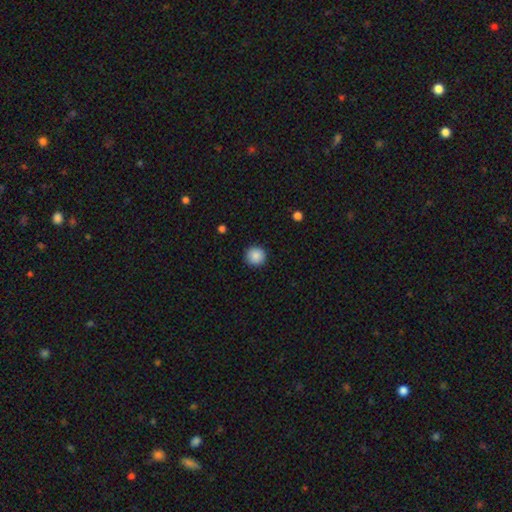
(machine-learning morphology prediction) Overall: smooth (88%). How rounded: round (95%). Merging: none (91%).